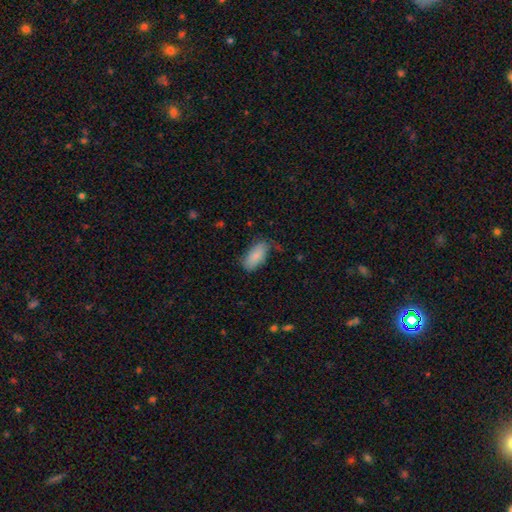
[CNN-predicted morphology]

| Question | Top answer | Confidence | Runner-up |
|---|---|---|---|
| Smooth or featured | smooth | 79% | featured or disk (15%) |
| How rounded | in between | 93% | cigar-shaped (5%) |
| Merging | none | 51% | minor disturbance (32%) |